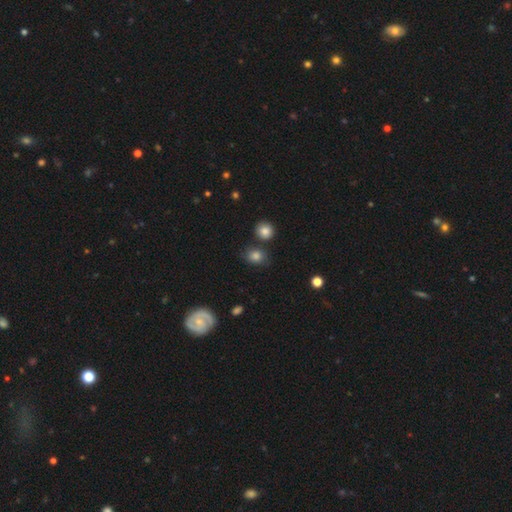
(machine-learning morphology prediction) This is clearly a smooth galaxy (80%). How rounded: possibly round (57%). Merging: likely none (72%).